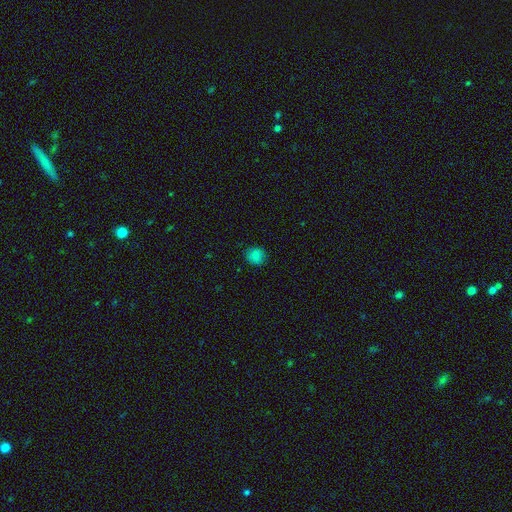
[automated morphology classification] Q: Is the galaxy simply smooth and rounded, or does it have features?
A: smooth — 83%.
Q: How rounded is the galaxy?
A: round — 83%.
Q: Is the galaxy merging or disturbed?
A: none — 86%.